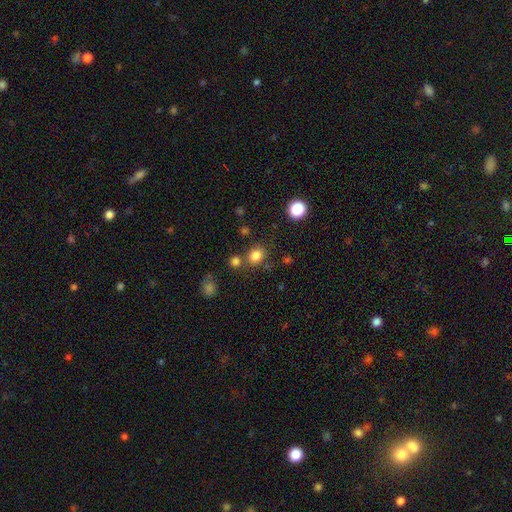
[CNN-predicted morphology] Q: Smooth or featured?
A: smooth (82%); runner-up: star or artifact (13%)
Q: How rounded?
A: round (75%); runner-up: in between (24%)
Q: Merging?
A: none (73%); runner-up: merger (13%)